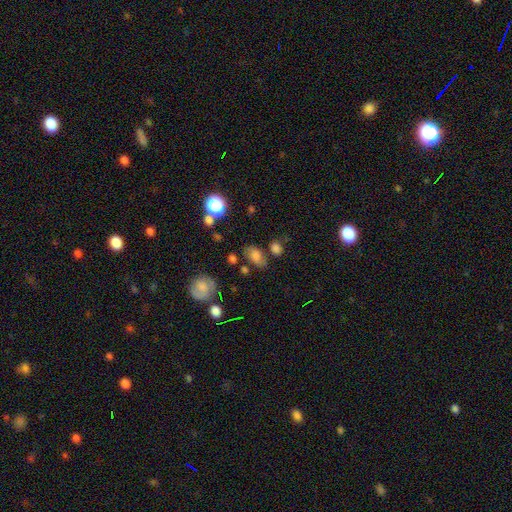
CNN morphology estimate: Smooth or featured? smooth (72%)
How rounded? in between (82%)
Merging? none (64%)